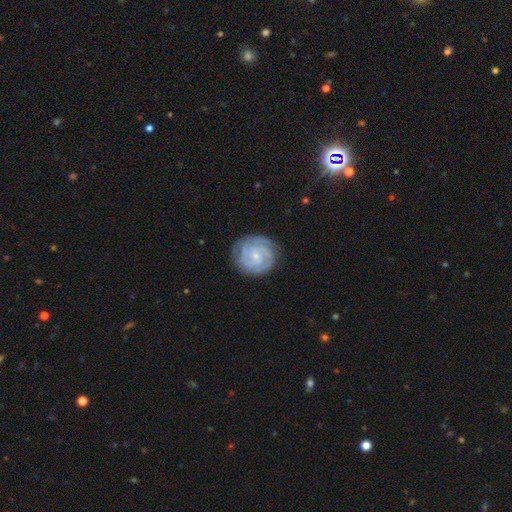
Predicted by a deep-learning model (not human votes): This is clearly a featured or disk galaxy (83%). It is clearly not viewed edge-on (98%). Bar: likely no (66%). Spiral arm pattern: clearly yes (97%). Spiral arm count: marginally 3 (32%). Spiral winding: likely tight (75%). Central bulge: likely small (74%). Merging: clearly none (81%).